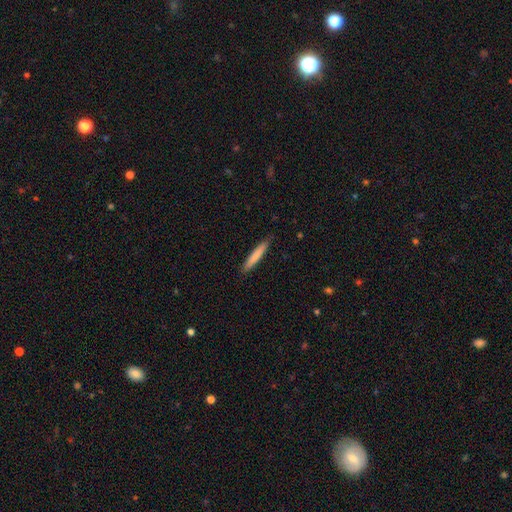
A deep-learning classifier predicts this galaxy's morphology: A smooth galaxy with no disk features (77%) that is cigar-shaped (94%).

Vote fractions:
- Smooth or featured? smooth: 77% / featured or disk: 17% / star or artifact: 5%
- How rounded? cigar-shaped: 94% / in between: 5% / round: 1%
- Merging? none: 89% / minor disturbance: 9% / major disturbance: 2% / merger: 1%